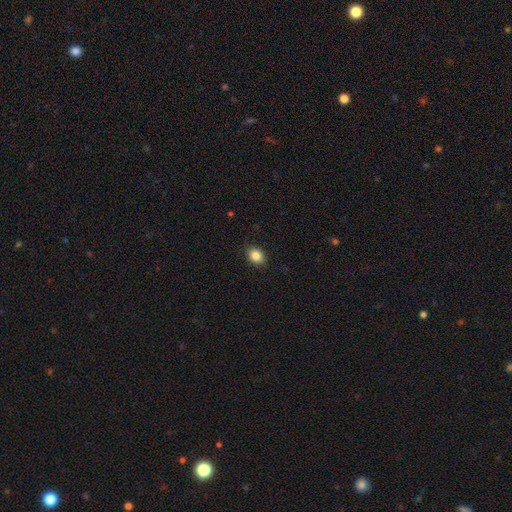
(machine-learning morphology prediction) A smooth galaxy with no disk features (85%) that is in between round and cigar-shaped (54%). Merging: none (89%).